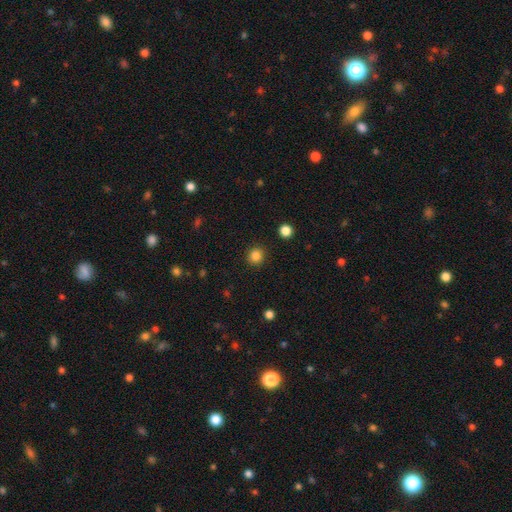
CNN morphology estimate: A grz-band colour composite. It shows a smooth galaxy with no disk features (85%) that is round (90%). Merging: none (90%).